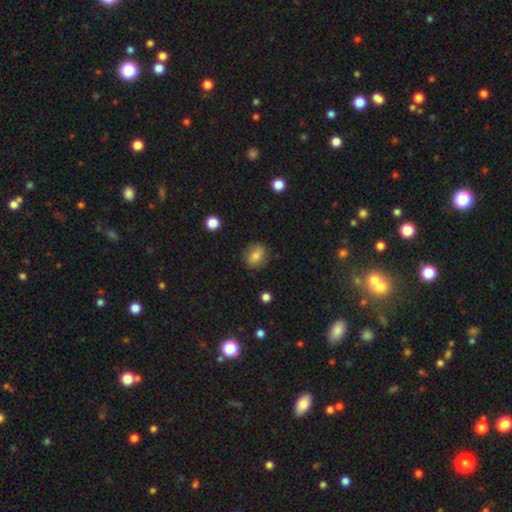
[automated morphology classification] Smooth or featured?
  - smooth: 78% *
  - featured or disk: 13%
  - star or artifact: 9%
How rounded?
  - round: 61% *
  - in between: 37%
  - cigar-shaped: 1%
Merging?
  - none: 82% *
  - minor disturbance: 13%
  - major disturbance: 4%
  - merger: 1%